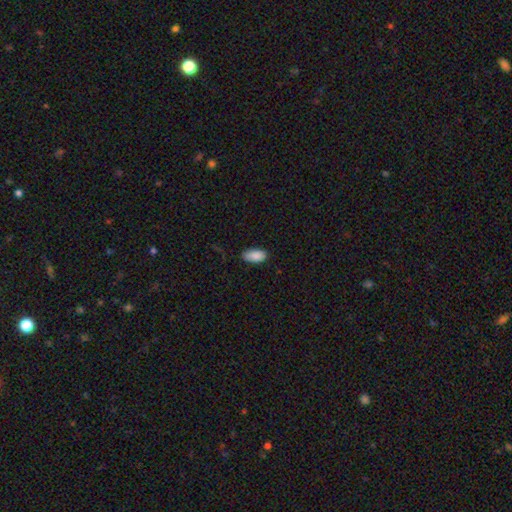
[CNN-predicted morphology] Smooth or featured? Predicted: smooth (p=0.89). How rounded? Predicted: in between (p=0.93). Merging? Predicted: none (p=0.77).